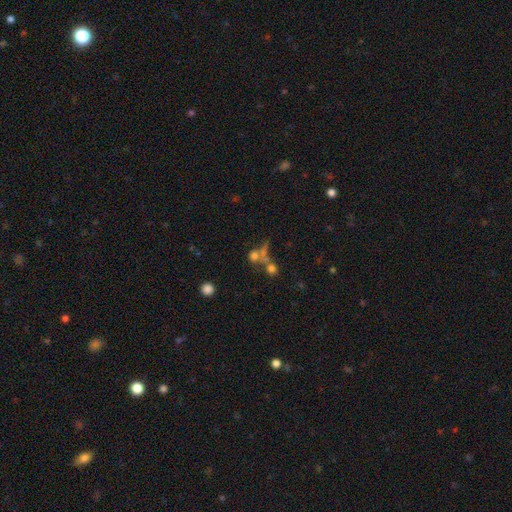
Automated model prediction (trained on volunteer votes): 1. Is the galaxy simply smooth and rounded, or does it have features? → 53% smooth, 27% star or artifact, 21% featured or disk.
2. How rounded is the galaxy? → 77% round, 18% in between, 5% cigar-shaped.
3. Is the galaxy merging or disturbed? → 42% none, 41% merger, 9% major disturbance, 8% minor disturbance.